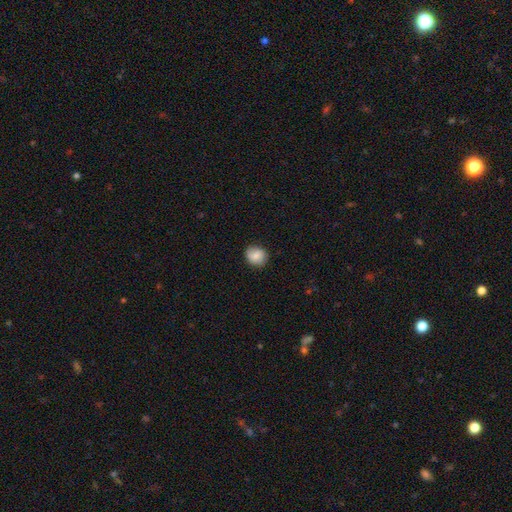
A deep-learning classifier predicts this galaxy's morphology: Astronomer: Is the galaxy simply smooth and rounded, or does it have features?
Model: smooth — 79%.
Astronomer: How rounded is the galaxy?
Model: round — 76%.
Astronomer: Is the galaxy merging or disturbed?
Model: none — 84%.